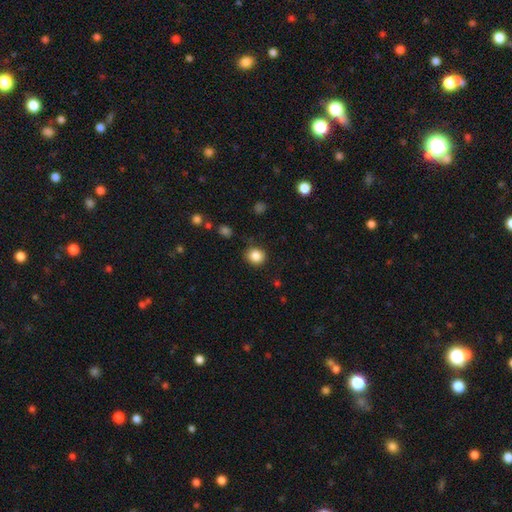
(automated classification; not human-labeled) Smooth or featured? smooth (85%)
How rounded? round (83%)
Merging? none (85%)